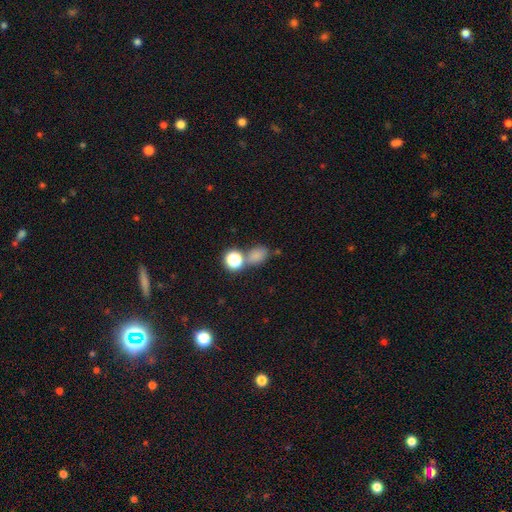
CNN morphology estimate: The model was most divided on "how rounded": in between: 56%, round: 43%, cigar-shaped: 2%. More confident: smooth or featured — smooth (72%); merging — none (53%).